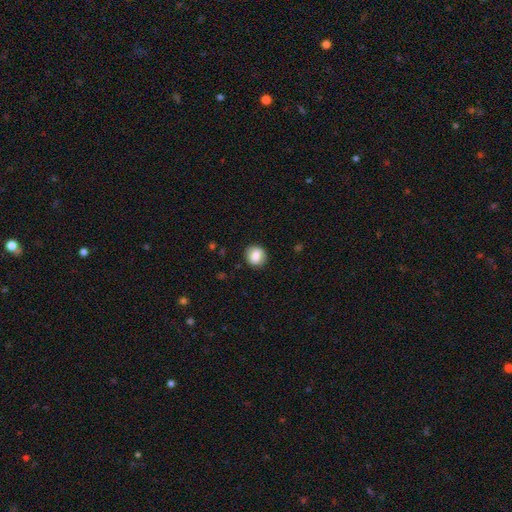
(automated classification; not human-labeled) Q: Smooth or featured?
A: smooth (81%); runner-up: featured or disk (10%)
Q: How rounded?
A: round (79%); runner-up: in between (20%)
Q: Merging?
A: none (88%); runner-up: minor disturbance (9%)